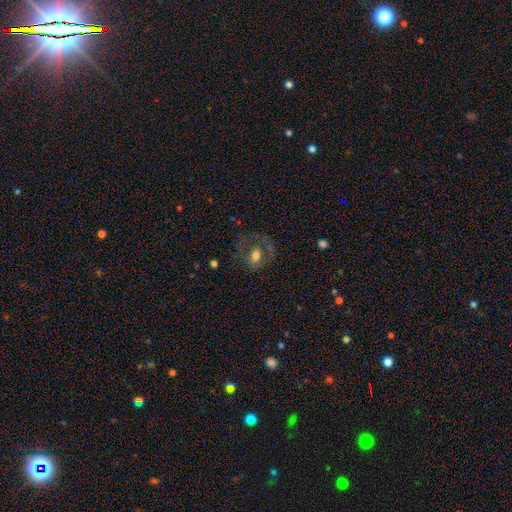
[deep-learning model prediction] Smooth or featured? Predicted: smooth (p=0.49). Merging? Predicted: none (p=0.60).